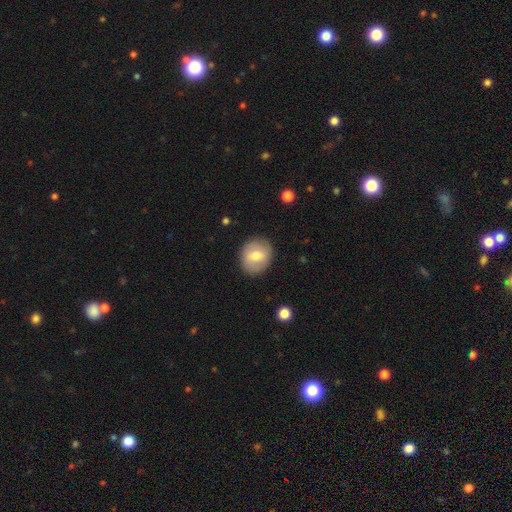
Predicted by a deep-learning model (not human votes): Overall: smooth (61%; featured or disk 32%). How rounded: round (67%; in between 32%). Merging: none (86%).